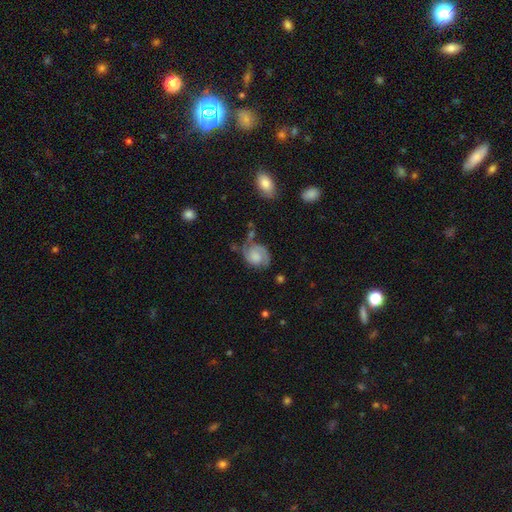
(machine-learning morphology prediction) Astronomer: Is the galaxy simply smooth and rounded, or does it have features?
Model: featured or disk — 58% (runner-up: smooth, 34%).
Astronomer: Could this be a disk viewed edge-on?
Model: no — 97%.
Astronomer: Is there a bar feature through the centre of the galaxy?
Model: no — 71%.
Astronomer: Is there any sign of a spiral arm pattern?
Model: yes — 87%.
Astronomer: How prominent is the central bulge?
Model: moderate — 26%, tied with none at 26%.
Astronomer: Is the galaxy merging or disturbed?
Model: none — 51% (runner-up: minor disturbance, 28%).